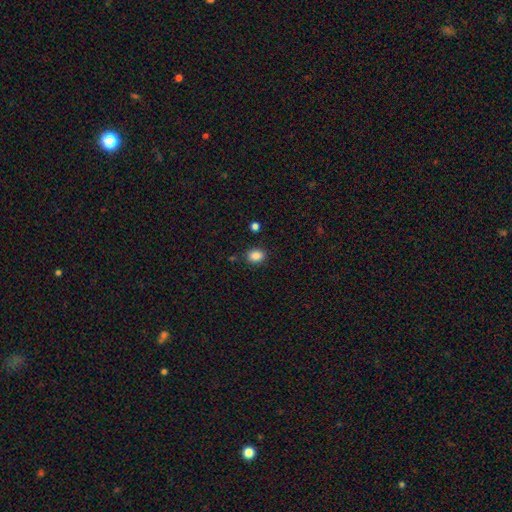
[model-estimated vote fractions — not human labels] smooth-or-featured: smooth: 86% | star or artifact: 10% | featured or disk: 4%
  how-rounded: in between: 57% | round: 42% | cigar-shaped: 1%
  merging: none: 84% | minor disturbance: 10% | merger: 3% | major disturbance: 3%